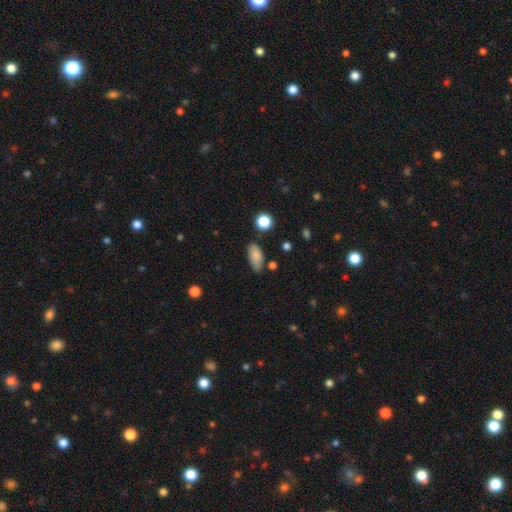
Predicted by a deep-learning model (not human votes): A smooth galaxy with no disk features (84%) that is in between round and cigar-shaped (86%). Merging: none (71%).